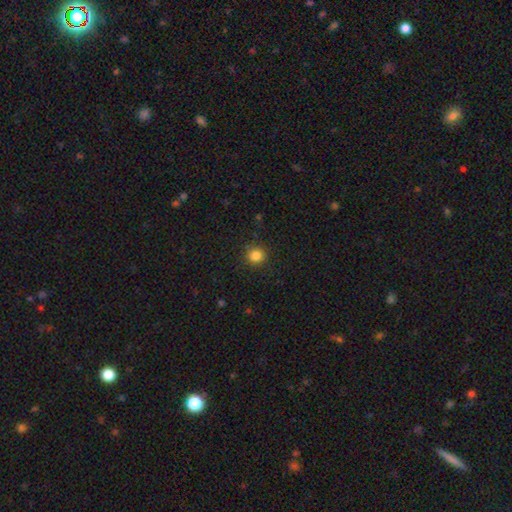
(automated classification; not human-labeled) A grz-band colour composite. It shows a smooth galaxy with no disk features (84%) that is round (92%). Merging: none (90%).